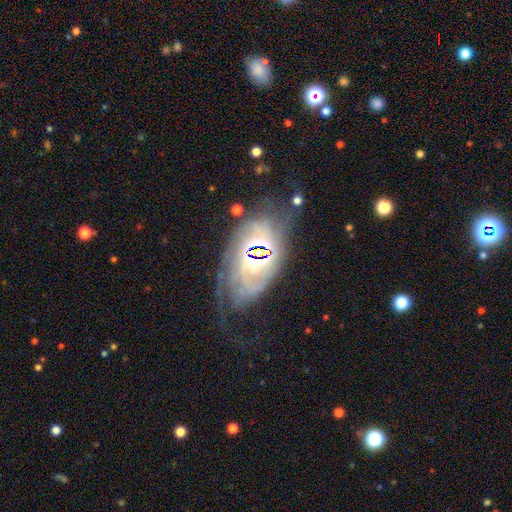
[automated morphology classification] A featured or disk galaxy (79%) with no bar (46%), tight (63%) spiral arms (88%) and a moderate central bulge (43%).

Vote fractions:
- Smooth or featured? featured or disk: 79% / star or artifact: 11% / smooth: 10%
- Edge-on disk? no: 94% / yes: 6%
- Bar? no: 46% / weak: 35% / strong: 19%
- Spiral arms? yes: 88% / no: 12%
- Spiral winding? tight: 63% / medium: 27% / loose: 10%
- Spiral arm count? can't tell: 37% / 2: 28% / 3: 12% / 4: 8% / 1: 7% / more than 4: 7%
- Bulge size? moderate: 43% / small: 37% / large: 11% / none: 6% / dominant: 3%
- Merging? none: 59% / minor disturbance: 21% / major disturbance: 16% / merger: 3%